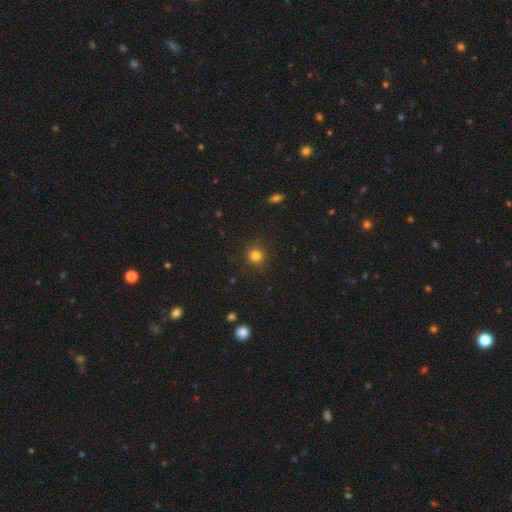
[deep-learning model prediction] Smooth or featured?
  - smooth: 81% *
  - star or artifact: 14%
  - featured or disk: 5%
How rounded?
  - round: 93% *
  - in between: 6%
  - cigar-shaped: 1%
Merging?
  - none: 90% *
  - minor disturbance: 6%
  - major disturbance: 2%
  - merger: 1%